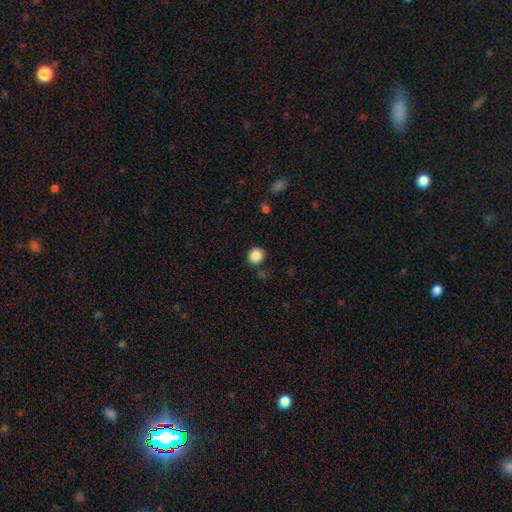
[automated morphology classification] Smooth or featured? smooth (87%)
How rounded? round (85%)
Merging? none (85%)